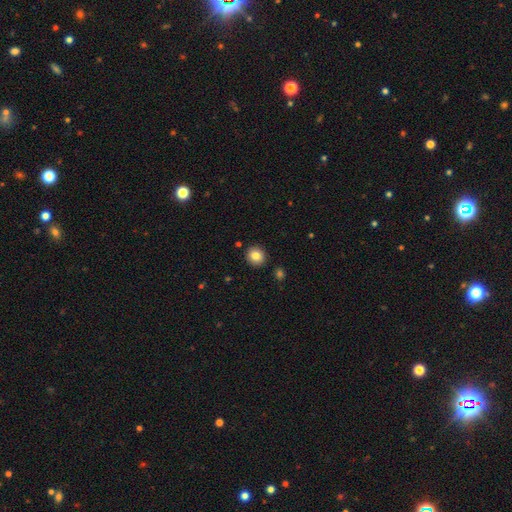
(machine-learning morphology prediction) smooth 83%, star or artifact 9%, featured or disk 7%. Down the decision tree: how rounded — round (87%); merging — none (90%).